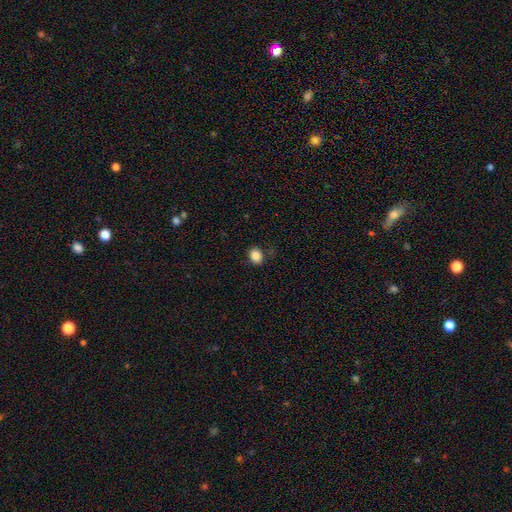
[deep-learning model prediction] Overall: smooth (86%). How rounded: in between (54%; round 45%). Merging: none (83%).